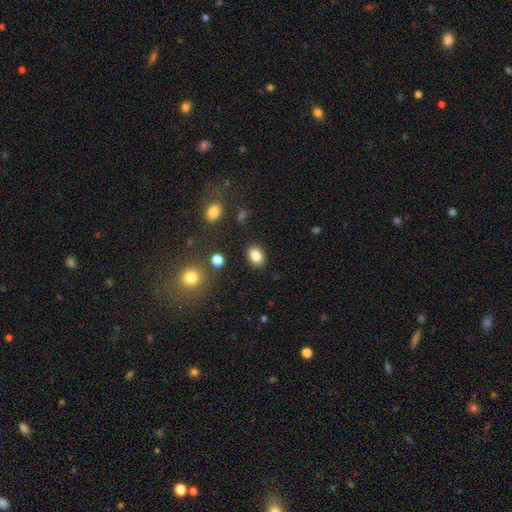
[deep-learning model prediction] Morphology: type=smooth (84%); roundness=in between (73%); merging=none (86%).